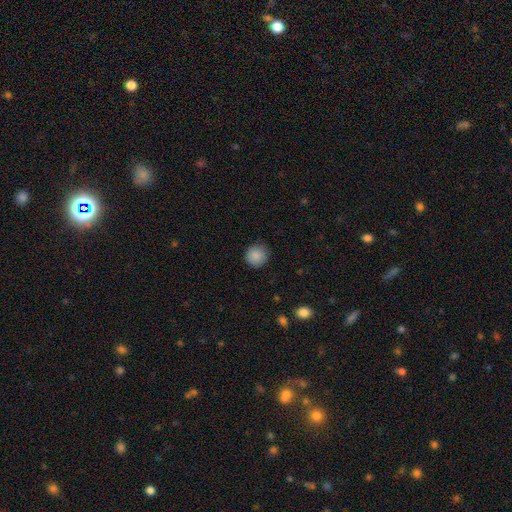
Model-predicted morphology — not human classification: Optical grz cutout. It shows a smooth galaxy with no disk features (88%) that is round (93%). Merging: none (87%).